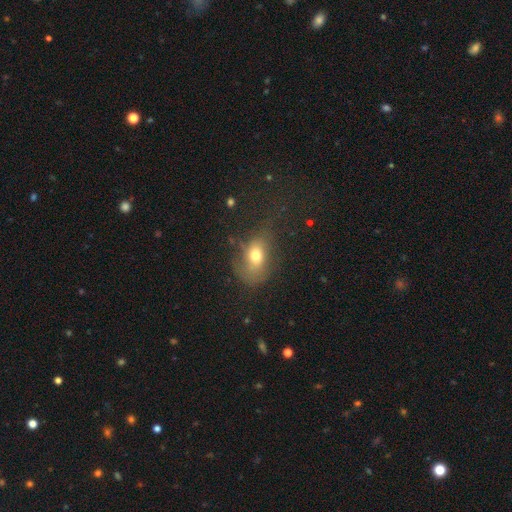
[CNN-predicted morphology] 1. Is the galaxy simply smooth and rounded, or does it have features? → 65% smooth, 22% featured or disk, 13% star or artifact.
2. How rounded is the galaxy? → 73% in between, 25% round, 2% cigar-shaped.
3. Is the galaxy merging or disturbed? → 44% none, 27% major disturbance, 27% minor disturbance, 3% merger.